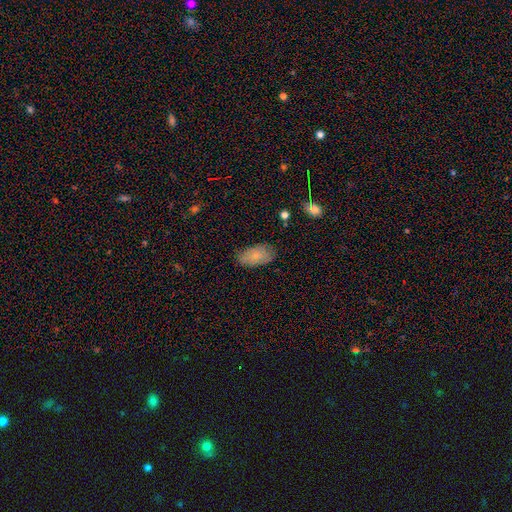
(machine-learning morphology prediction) smooth-or-featured: smooth: 78% | featured or disk: 15% | star or artifact: 7%
  how-rounded: in between: 94% | round: 4% | cigar-shaped: 2%
  merging: none: 79% | minor disturbance: 17% | major disturbance: 3% | merger: 1%